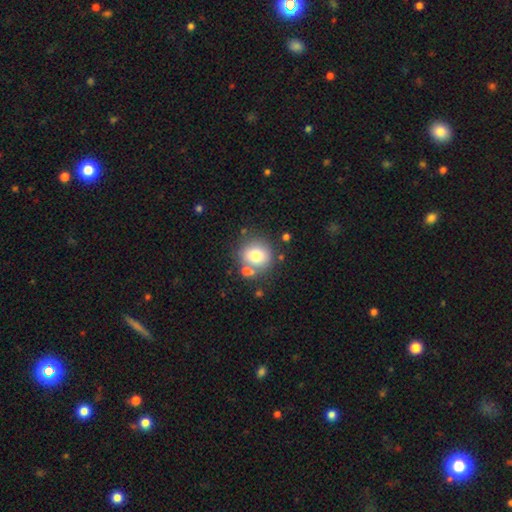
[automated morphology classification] Smooth or featured? smooth (77%)
How rounded? round (85%)
Merging? none (69%)